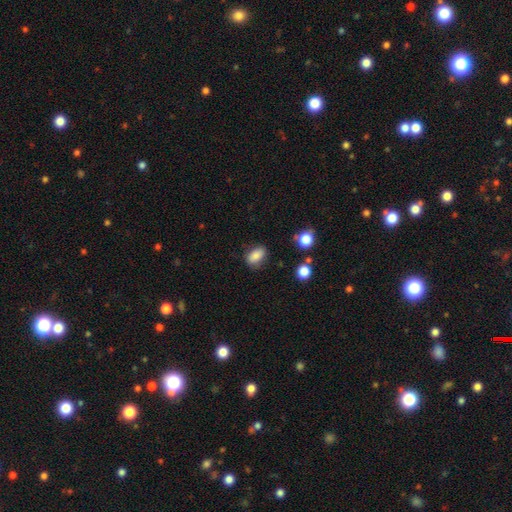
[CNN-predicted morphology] This is clearly a smooth galaxy (83%). How rounded: clearly in between (86%). Merging: likely none (75%).